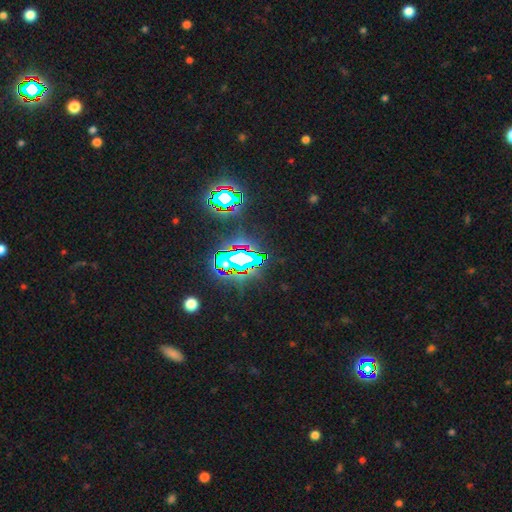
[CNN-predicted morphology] Q: Smooth or featured?
A: star or artifact (81%); runner-up: smooth (11%)